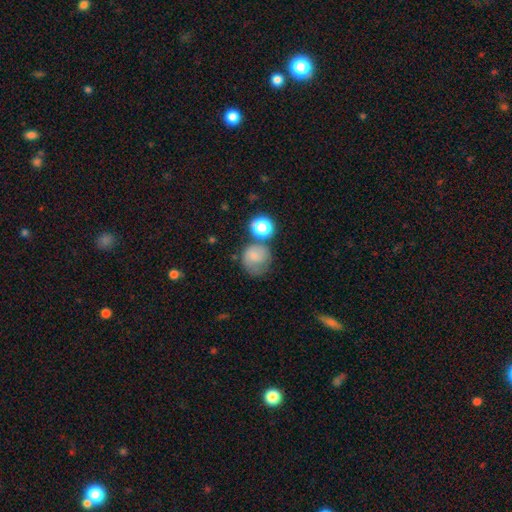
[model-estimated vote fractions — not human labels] Smooth or featured? smooth (72%)
How rounded? round (83%)
Merging? none (49%)